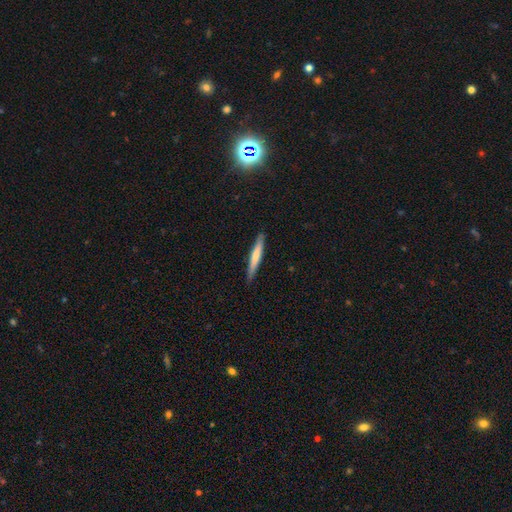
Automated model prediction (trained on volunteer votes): The model was most divided on "smooth or featured": smooth: 64%, featured or disk: 30%, star or artifact: 5%. More confident: how rounded — cigar-shaped (95%); merging — none (88%).